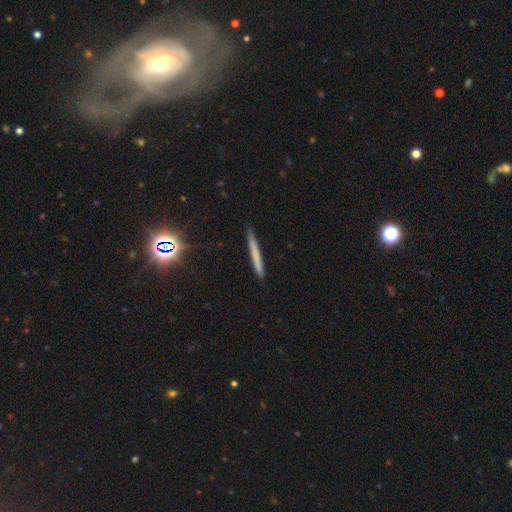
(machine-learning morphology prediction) Smooth or featured?
  - smooth: 59% *
  - featured or disk: 29%
  - star or artifact: 11%
How rounded?
  - cigar-shaped: 96% *
  - in between: 2%
  - round: 2%
Merging?
  - none: 90% *
  - minor disturbance: 7%
  - major disturbance: 1%
  - merger: 1%